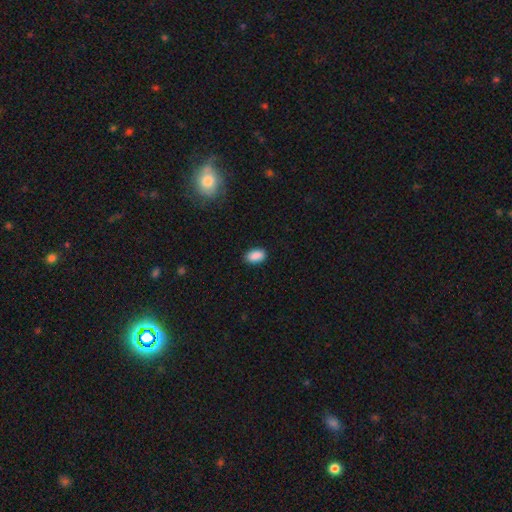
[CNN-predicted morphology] smooth 89%, star or artifact 8%, featured or disk 3%. Down the decision tree: how rounded — in between (92%); merging — none (86%).